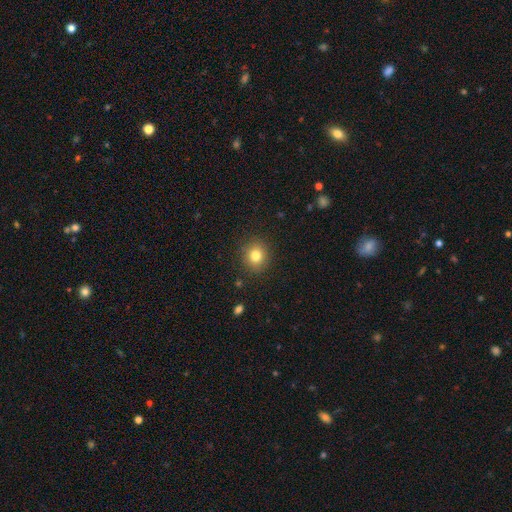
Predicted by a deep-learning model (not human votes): smooth_or_featured: smooth (p=0.81) [alt: star or artifact p=0.12]
how_rounded: round (p=0.85) [alt: in between p=0.14]
merging: none (p=0.89) [alt: minor disturbance p=0.07]